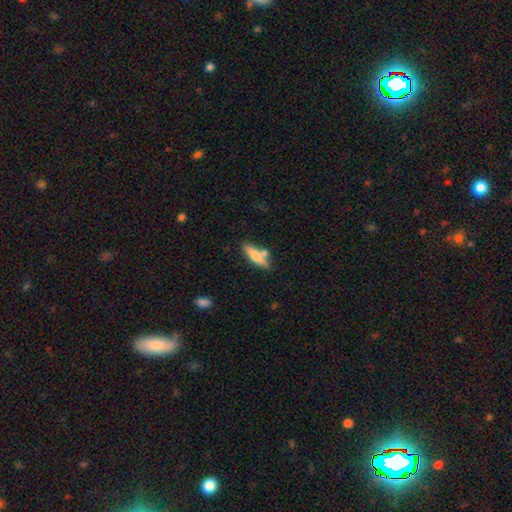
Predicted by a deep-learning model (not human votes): A smooth galaxy with no disk features (66%) that is cigar-shaped (66%).

Vote fractions:
- Smooth or featured? smooth: 66% / featured or disk: 28% / star or artifact: 6%
- How rounded? cigar-shaped: 66% / in between: 32% / round: 2%
- Merging? none: 68% / merger: 14% / minor disturbance: 14% / major disturbance: 4%